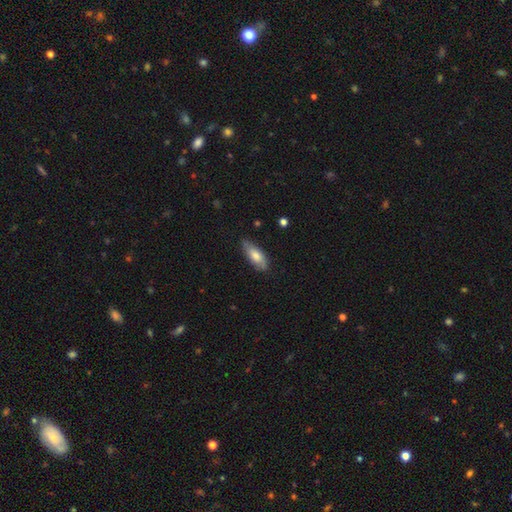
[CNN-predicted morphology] Smooth or featured? smooth (67%)
How rounded? in between (72%)
Merging? none (74%)